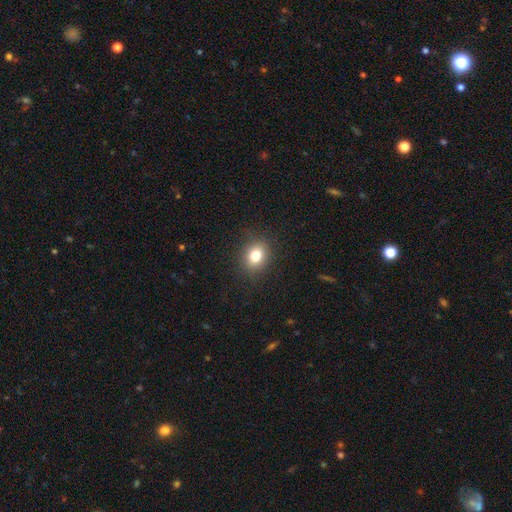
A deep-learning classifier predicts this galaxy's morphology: A smooth galaxy with no disk features (80%) that is round (55%). Merging: none (88%).